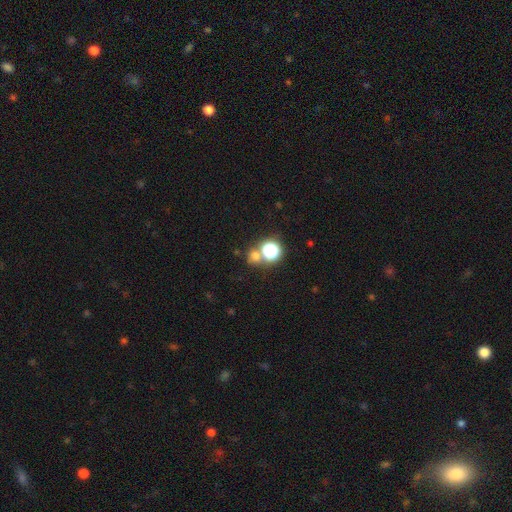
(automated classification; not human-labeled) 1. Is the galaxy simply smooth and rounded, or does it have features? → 62% smooth, 30% star or artifact, 8% featured or disk.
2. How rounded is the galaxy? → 83% round, 16% in between, 1% cigar-shaped.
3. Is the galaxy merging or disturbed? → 60% none, 28% merger, 8% minor disturbance, 4% major disturbance.